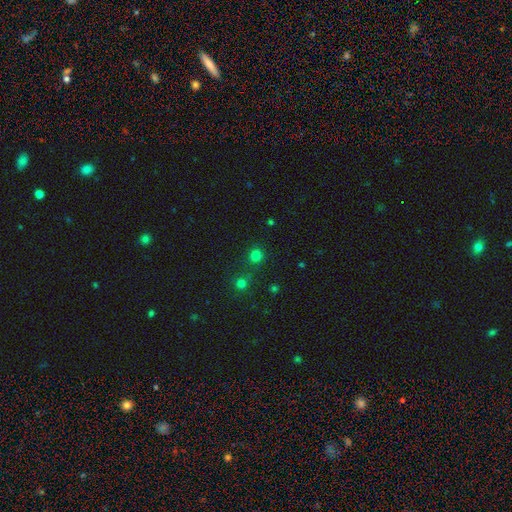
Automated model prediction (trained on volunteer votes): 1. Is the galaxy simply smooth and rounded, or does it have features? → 75% smooth, 21% star or artifact, 4% featured or disk.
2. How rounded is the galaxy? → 92% round, 7% in between, 1% cigar-shaped.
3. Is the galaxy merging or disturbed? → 80% none, 10% merger, 7% minor disturbance, 3% major disturbance.